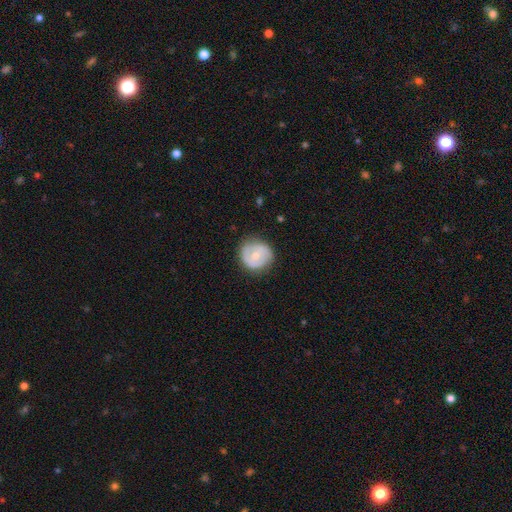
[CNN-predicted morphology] smooth-or-featured: featured or disk: 52% | smooth: 43% | star or artifact: 5%
  disk-edge-on: no: 97% | yes: 3%
    bar: no: 65% | weak: 27% | strong: 8%
    has-spiral-arms: no: 64% | yes: 36%
    bulge-size: moderate: 67% | small: 28% | large: 3% | none: 1% | dominant: 1%
  merging: none: 77% | minor disturbance: 17% | major disturbance: 5% | merger: 1%